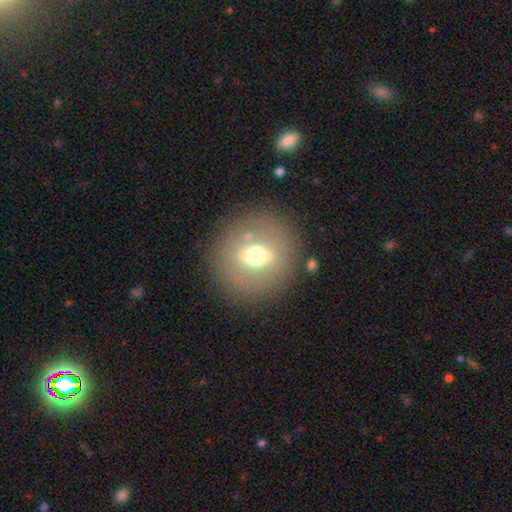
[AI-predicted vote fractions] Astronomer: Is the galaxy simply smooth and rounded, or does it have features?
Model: featured or disk — 45% (runner-up: smooth, 43%).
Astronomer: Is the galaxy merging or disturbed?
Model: none — 84%.